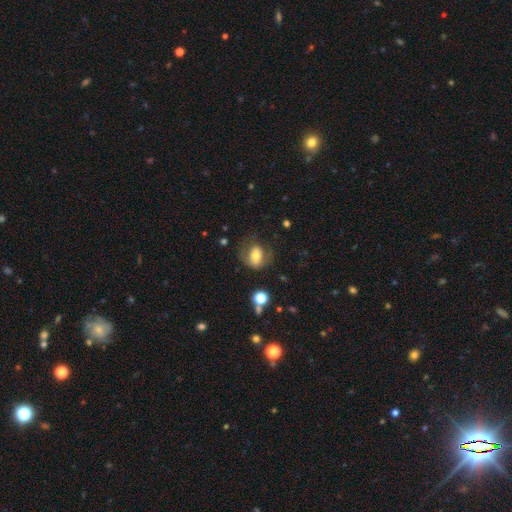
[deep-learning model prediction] This is likely a smooth galaxy (60%). How rounded: likely in between (65%). Merging: possibly none (57%).